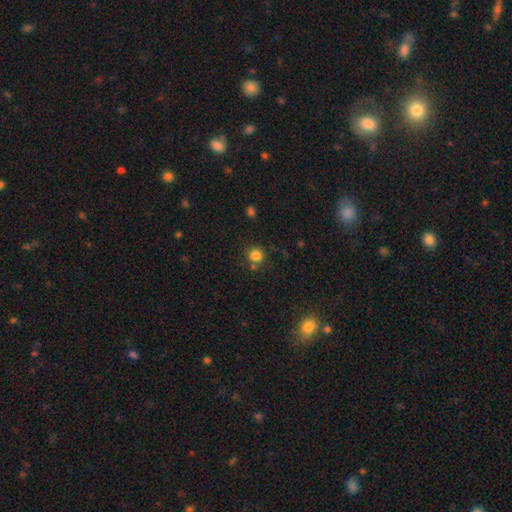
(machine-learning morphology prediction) A smooth galaxy with no disk features (82%) that is round (90%).

Vote fractions:
- Smooth or featured? smooth: 82% / star or artifact: 13% / featured or disk: 5%
- How rounded? round: 90% / in between: 9% / cigar-shaped: 1%
- Merging? none: 76% / minor disturbance: 11% / merger: 10% / major disturbance: 4%